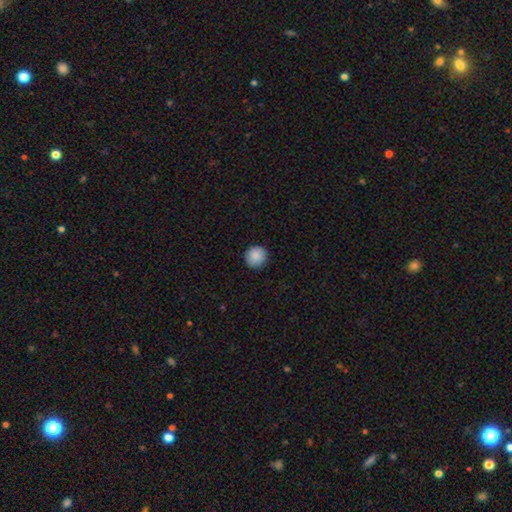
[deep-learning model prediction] A smooth galaxy with no disk features (89%) that is round (93%). Merging: none (91%).